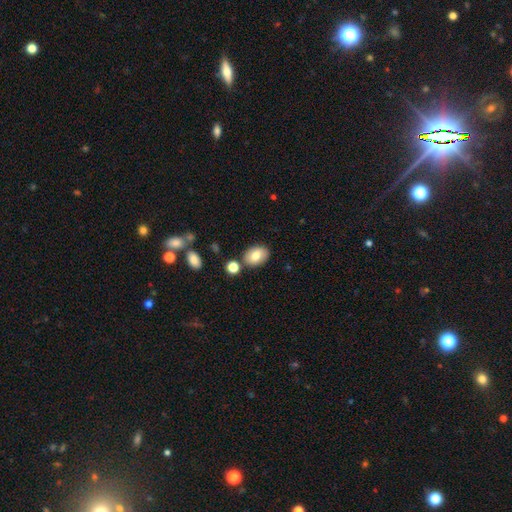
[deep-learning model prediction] This appears to be a smooth galaxy with no disk features (78%) that is in between round and cigar-shaped (79%). Merging: none (79%).